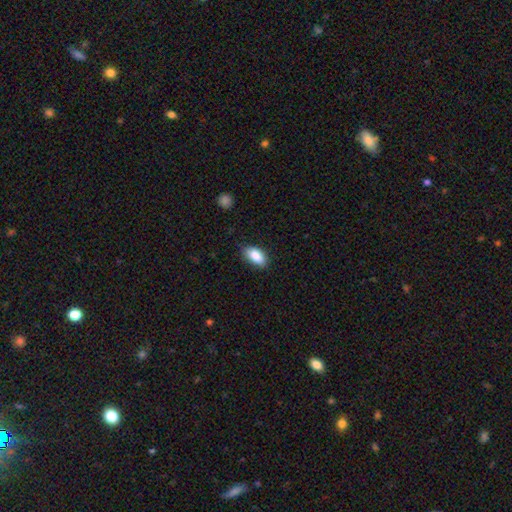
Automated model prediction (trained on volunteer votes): Smooth or featured: smooth — 87% (star or artifact — 7%)
How rounded: in between — 92% (cigar-shaped — 4%)
Merging: none — 78% (minor disturbance — 17%)